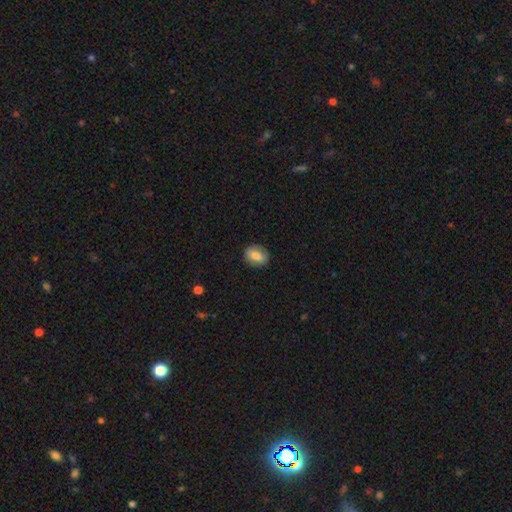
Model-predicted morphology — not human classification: Smooth or featured?
  - smooth: 74% *
  - featured or disk: 19%
  - star or artifact: 7%
How rounded?
  - in between: 64% *
  - round: 34%
  - cigar-shaped: 2%
Merging?
  - none: 87% *
  - minor disturbance: 10%
  - major disturbance: 2%
  - merger: 1%